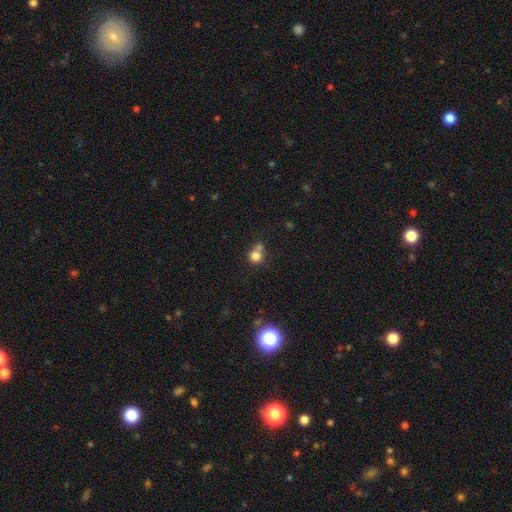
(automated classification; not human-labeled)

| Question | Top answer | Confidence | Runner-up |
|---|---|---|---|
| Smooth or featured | smooth | 78% | star or artifact (13%) |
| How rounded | round | 87% | in between (12%) |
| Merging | none | 49% | merger (36%) |